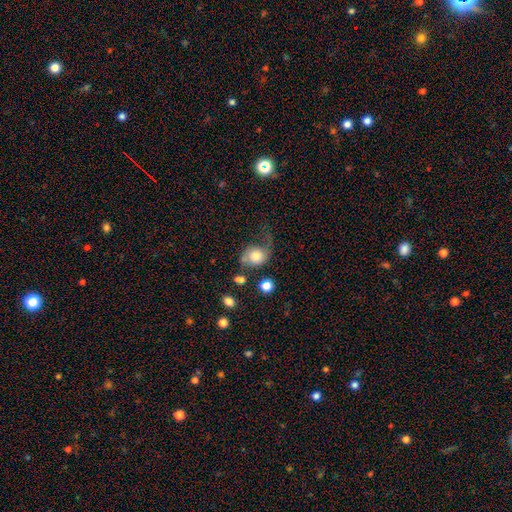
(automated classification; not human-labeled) Smooth or featured? smooth (55%)
How rounded? round (60%)
Merging? major disturbance (37%)